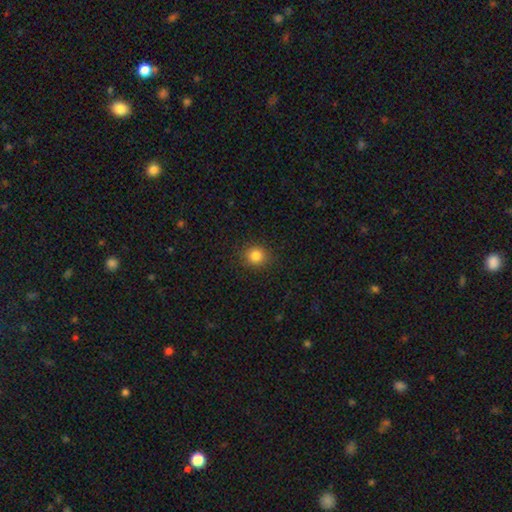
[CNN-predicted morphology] A smooth galaxy with no disk features (84%) that is round (85%). Merging: none (90%).